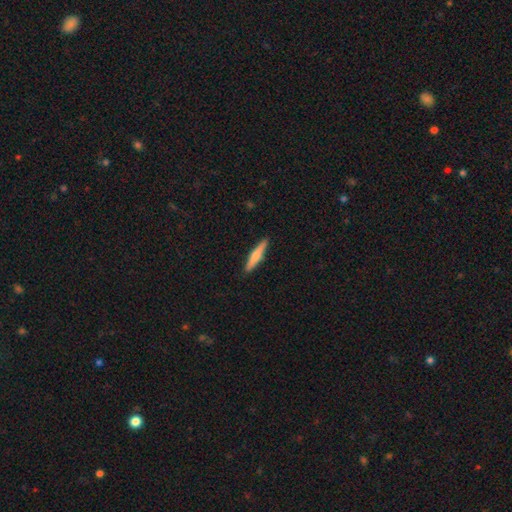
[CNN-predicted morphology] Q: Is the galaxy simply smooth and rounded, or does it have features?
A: smooth — 59%.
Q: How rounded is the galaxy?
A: cigar-shaped — 91%.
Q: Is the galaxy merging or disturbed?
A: none — 91%.